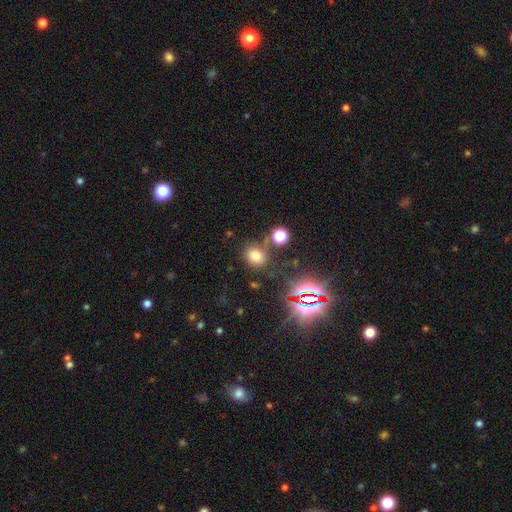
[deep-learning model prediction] Q: Smooth or featured?
A: smooth (68%); runner-up: star or artifact (24%)
Q: How rounded?
A: round (62%); runner-up: in between (36%)
Q: Merging?
A: none (68%); runner-up: minor disturbance (13%)